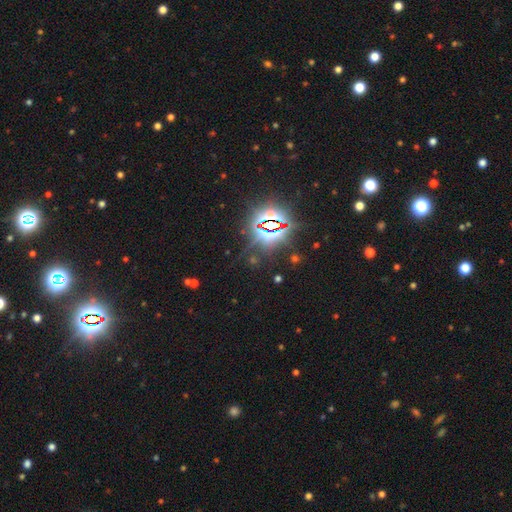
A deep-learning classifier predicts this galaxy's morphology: A star or artifact, not a galaxy (85%).

Vote fractions:
- Smooth or featured? star or artifact: 85% / smooth: 9% / featured or disk: 6%